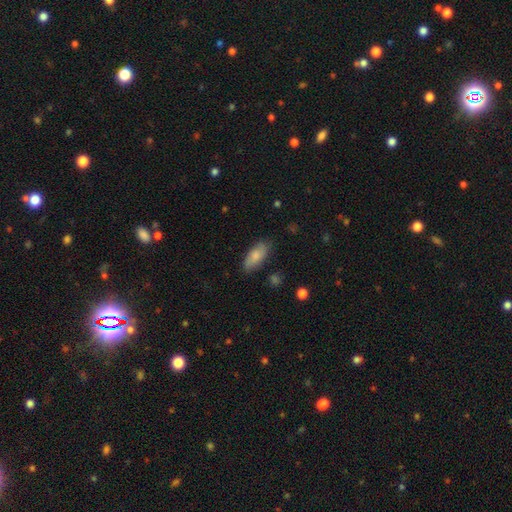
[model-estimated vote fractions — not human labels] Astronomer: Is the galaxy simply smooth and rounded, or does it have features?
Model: smooth — 78%.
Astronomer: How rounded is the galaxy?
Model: in between — 85%.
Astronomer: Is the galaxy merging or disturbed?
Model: none — 80%.